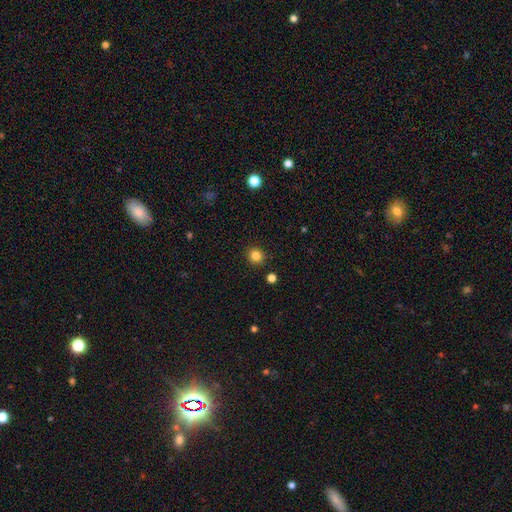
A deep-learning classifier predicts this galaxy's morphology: smooth 83%, star or artifact 12%, featured or disk 5%. Down the decision tree: how rounded — round (87%); merging — none (91%).